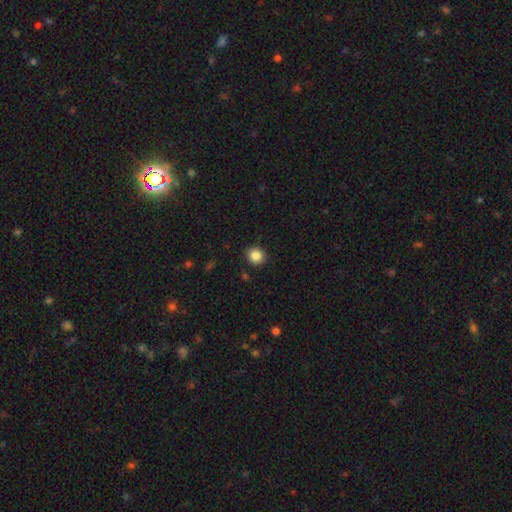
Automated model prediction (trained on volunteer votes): smooth-or-featured: smooth: 85% | star or artifact: 10% | featured or disk: 5%
  how-rounded: round: 84% | in between: 15% | cigar-shaped: 1%
  merging: none: 90% | minor disturbance: 7% | major disturbance: 2% | merger: 1%